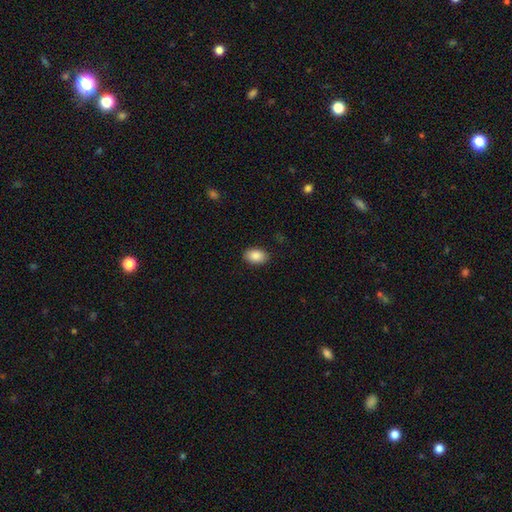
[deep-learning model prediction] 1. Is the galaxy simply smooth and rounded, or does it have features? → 89% smooth, 7% star or artifact, 4% featured or disk.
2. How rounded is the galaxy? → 89% in between, 10% round, 1% cigar-shaped.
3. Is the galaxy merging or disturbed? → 88% none, 9% minor disturbance, 2% major disturbance, 1% merger.